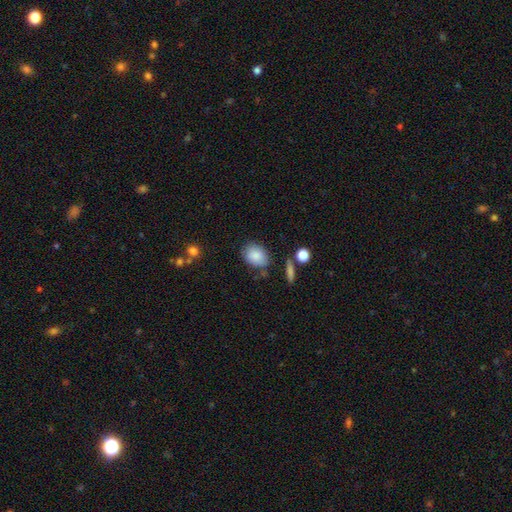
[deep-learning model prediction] Q: Smooth or featured?
A: smooth (86%); runner-up: star or artifact (8%)
Q: How rounded?
A: in between (64%); runner-up: round (34%)
Q: Merging?
A: none (74%); runner-up: minor disturbance (17%)